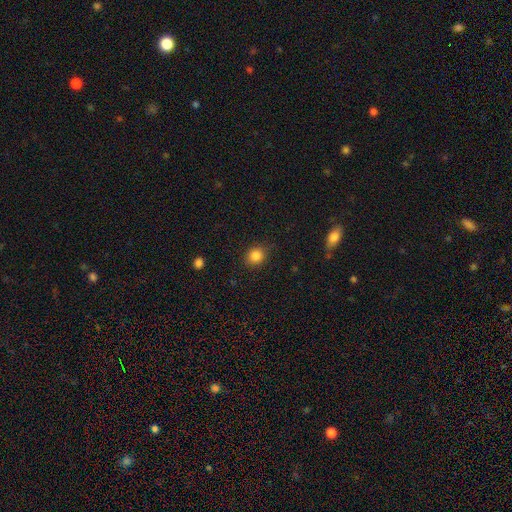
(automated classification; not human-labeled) This appears to be a smooth galaxy with no disk features (85%) that is round (78%). Merging: none (85%).